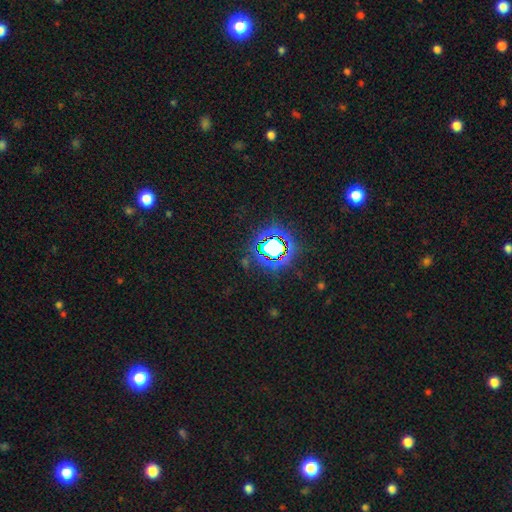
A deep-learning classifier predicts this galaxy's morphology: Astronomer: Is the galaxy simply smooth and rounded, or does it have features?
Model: star or artifact — 80%.